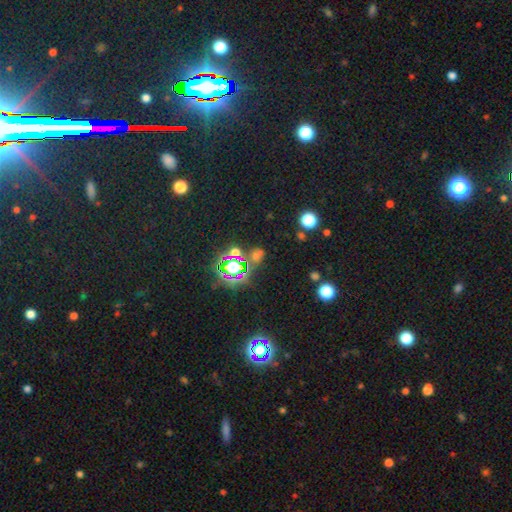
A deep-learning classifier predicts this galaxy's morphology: This appears to be a star or artifact, not a galaxy (60%).